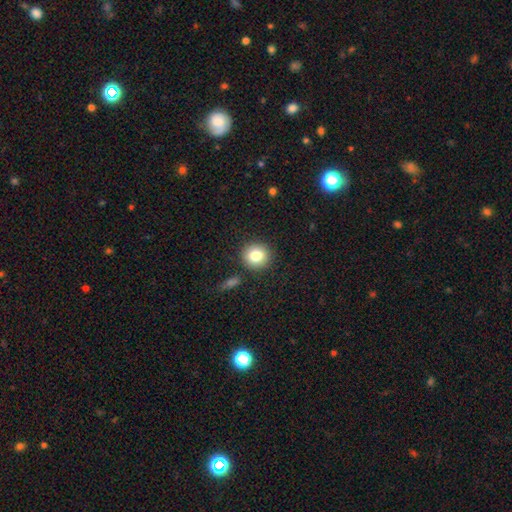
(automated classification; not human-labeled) Smooth or featured: smooth — 81% (star or artifact — 10%)
How rounded: round — 90% (in between — 9%)
Merging: none — 87% (minor disturbance — 7%)